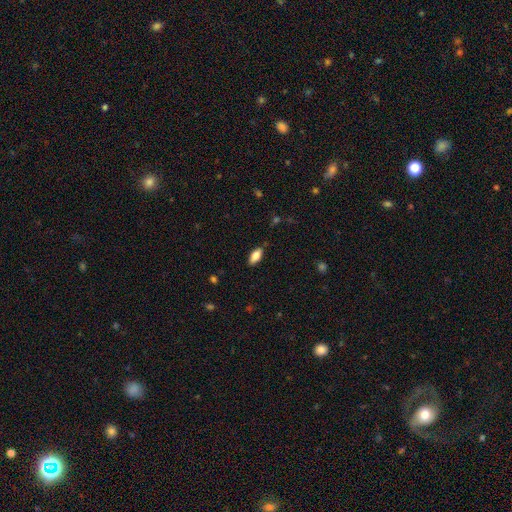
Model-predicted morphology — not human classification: Smooth or featured? Predicted: smooth (p=0.80). How rounded? Predicted: in between (p=0.87). Merging? Predicted: none (p=0.85).